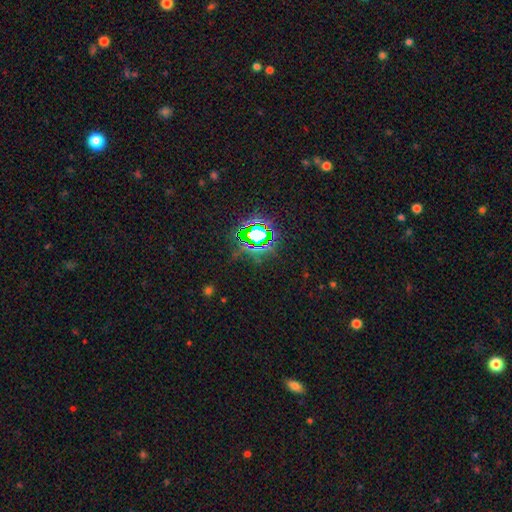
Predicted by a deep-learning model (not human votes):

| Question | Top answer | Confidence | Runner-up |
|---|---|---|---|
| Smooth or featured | star or artifact | 80% | smooth (13%) |